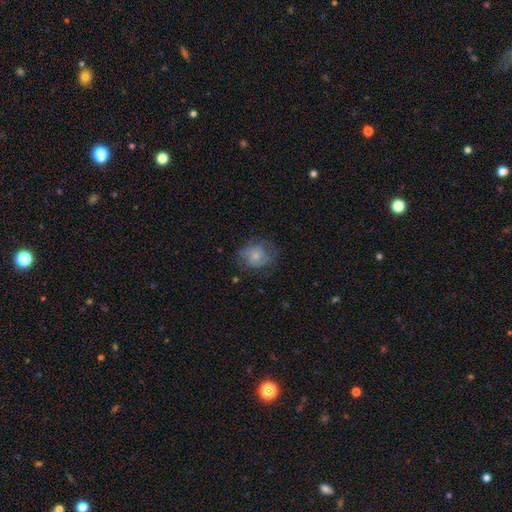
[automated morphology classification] Smooth or featured?
  - smooth: 65% *
  - featured or disk: 27%
  - star or artifact: 8%
How rounded?
  - round: 66% *
  - in between: 33%
  - cigar-shaped: 1%
Merging?
  - none: 55% *
  - minor disturbance: 27%
  - major disturbance: 17%
  - merger: 1%